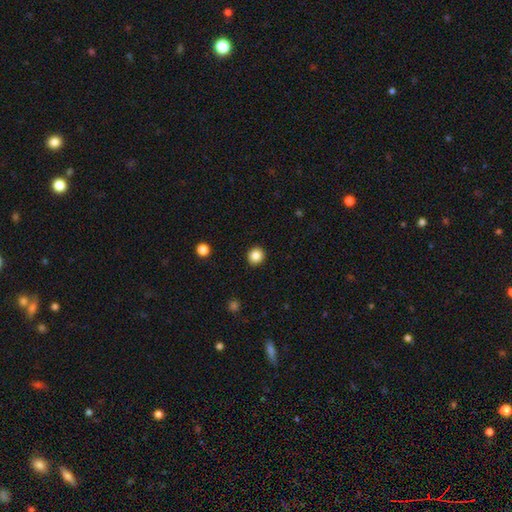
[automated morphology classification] Smooth or featured: smooth — 85% (star or artifact — 11%)
How rounded: round — 91% (in between — 8%)
Merging: none — 92% (minor disturbance — 5%)